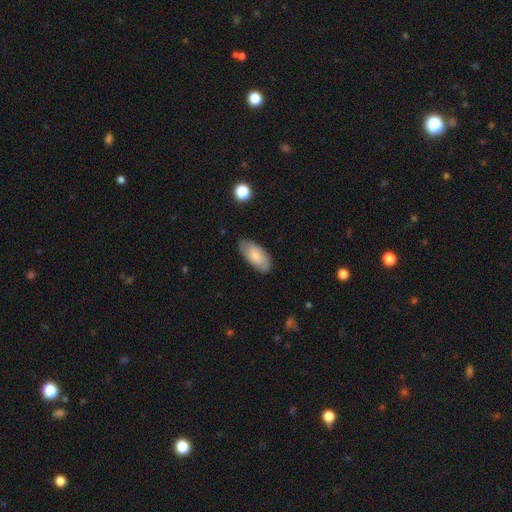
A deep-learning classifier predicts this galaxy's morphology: type=smooth (79%); roundness=in between (91%); merging=none (81%).